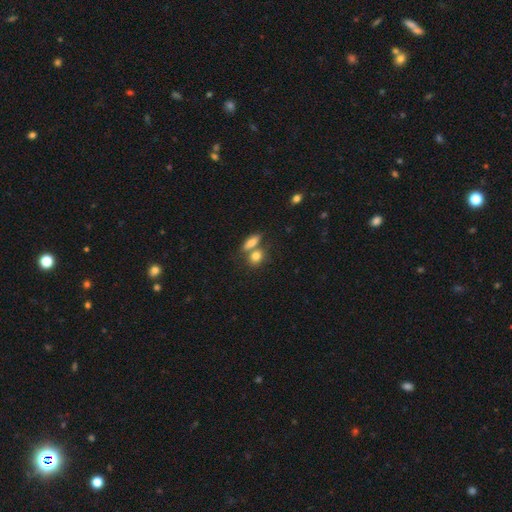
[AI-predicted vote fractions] Q: Smooth or featured?
A: smooth (81%); runner-up: featured or disk (11%)
Q: How rounded?
A: in between (54%); runner-up: round (38%)
Q: Merging?
A: none (45%); runner-up: merger (41%)